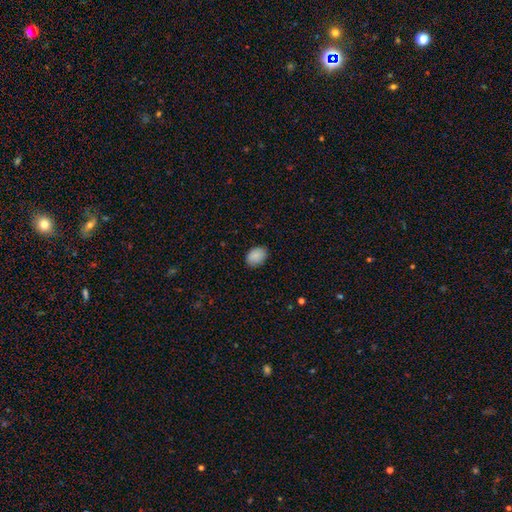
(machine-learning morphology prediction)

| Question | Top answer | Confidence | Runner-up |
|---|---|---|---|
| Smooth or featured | smooth | 89% | star or artifact (7%) |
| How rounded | in between | 76% | round (23%) |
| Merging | none | 86% | minor disturbance (11%) |